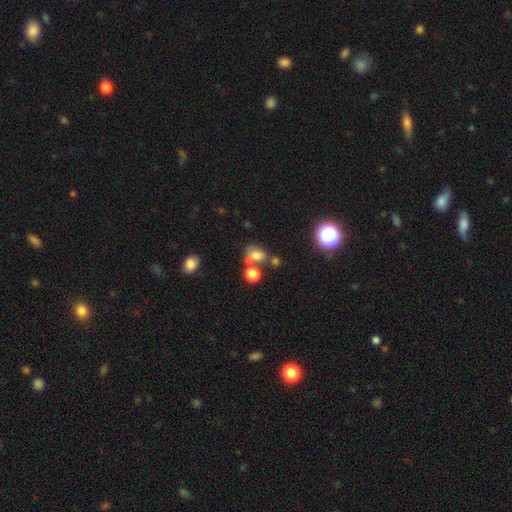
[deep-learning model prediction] smooth-or-featured: smooth: 72% | star or artifact: 17% | featured or disk: 12%
  how-rounded: in between: 62% | round: 36% | cigar-shaped: 1%
  merging: none: 45% | merger: 30% | minor disturbance: 16% | major disturbance: 9%